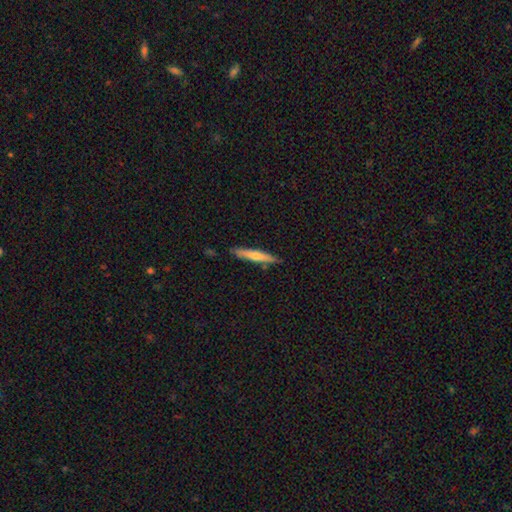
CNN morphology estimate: This appears to be a smooth galaxy with no disk features (57%) that is cigar-shaped (92%). Merging: none (85%).